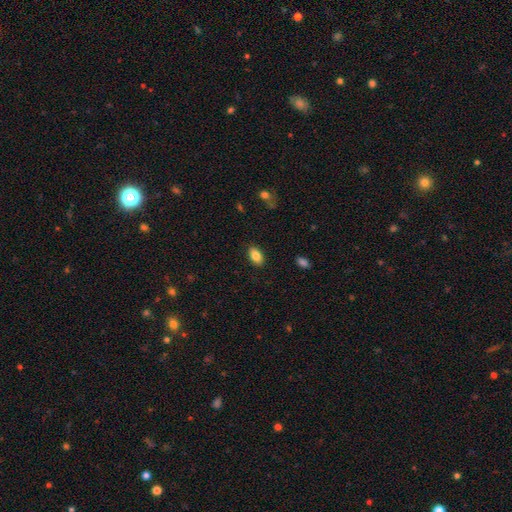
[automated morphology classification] This appears to be a smooth galaxy with no disk features (85%) that is in between round and cigar-shaped (92%). Merging: none (87%).